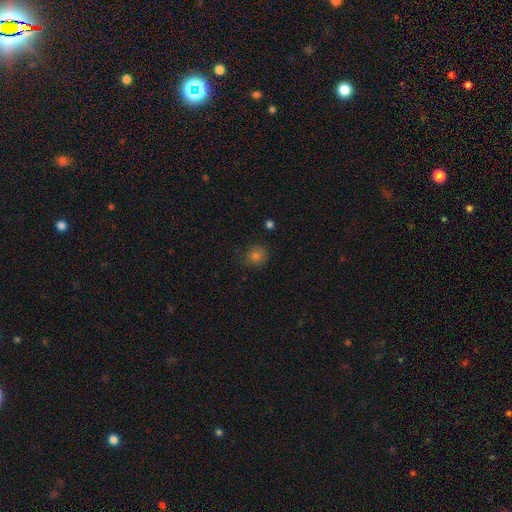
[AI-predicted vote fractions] smooth-or-featured: smooth: 77% | star or artifact: 18% | featured or disk: 5%
  how-rounded: round: 87% | in between: 12% | cigar-shaped: 1%
  merging: none: 83% | minor disturbance: 12% | major disturbance: 3% | merger: 2%